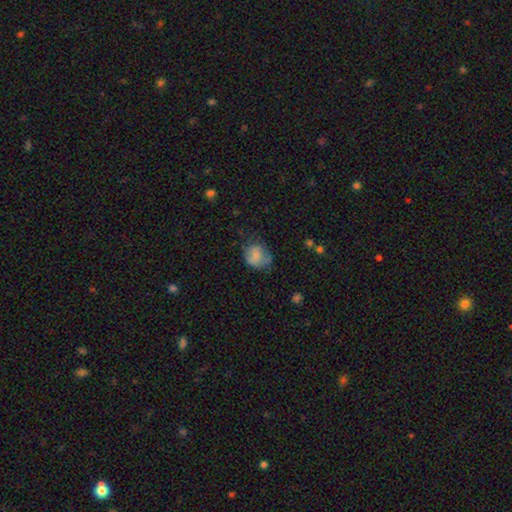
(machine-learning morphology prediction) smooth 71%, featured or disk 19%, star or artifact 9%. Down the decision tree: how rounded — round (60%); merging — none (46%).